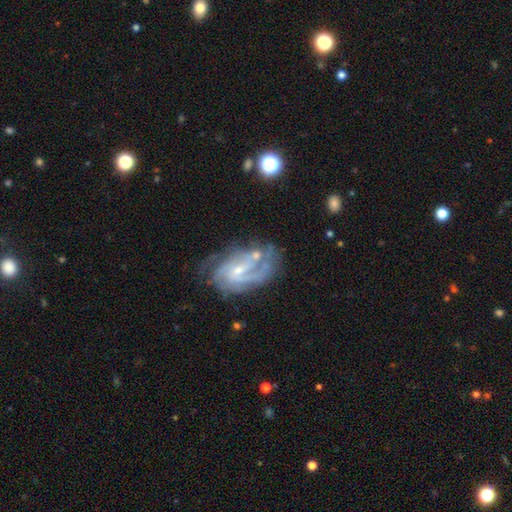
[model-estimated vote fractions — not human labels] featured or disk 82%, smooth 11%, star or artifact 7%. Down the decision tree: edge-on disk — no (97%); bar — weak (48%); spiral arms — yes (92%); spiral arm count — 2 (30%); spiral winding — medium (43%); bulge size — small (62%); merging — none (51%).